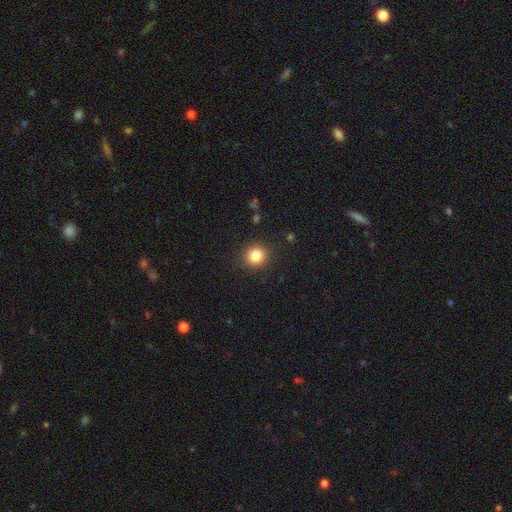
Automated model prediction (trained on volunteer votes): smooth 84%, star or artifact 11%, featured or disk 5%. Down the decision tree: how rounded — round (88%); merging — none (90%).